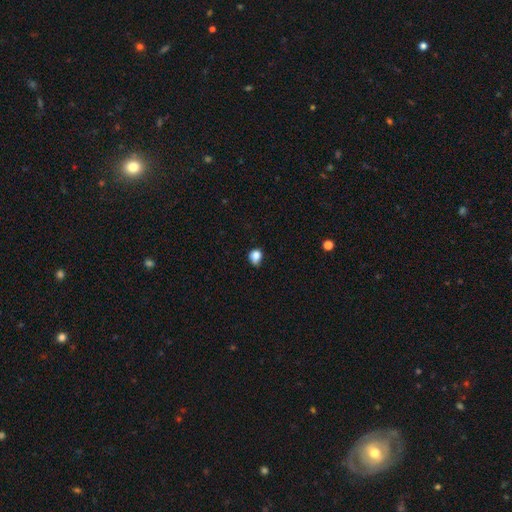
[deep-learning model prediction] smooth 84%, star or artifact 10%, featured or disk 5%. Down the decision tree: how rounded — round (66%); merging — none (51%).